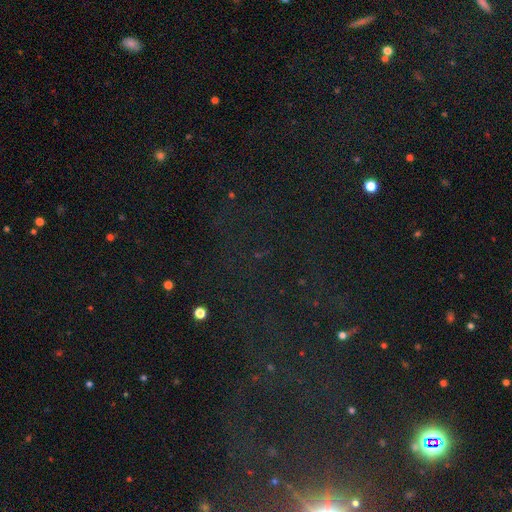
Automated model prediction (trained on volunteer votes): This appears to be a star or artifact, not a galaxy (78%).